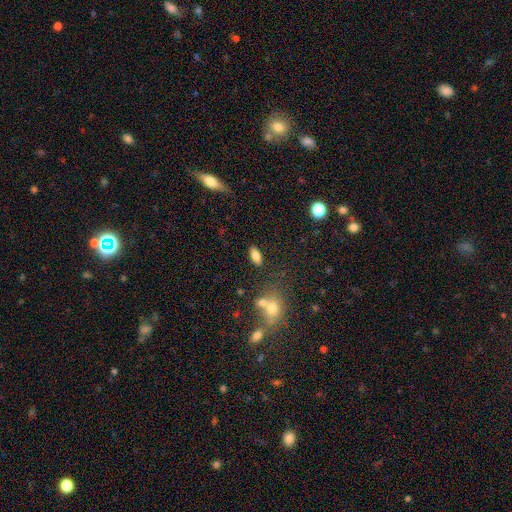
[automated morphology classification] Smooth or featured: smooth — 79% (featured or disk — 11%)
How rounded: in between — 85% (cigar-shaped — 11%)
Merging: none — 81% (minor disturbance — 10%)